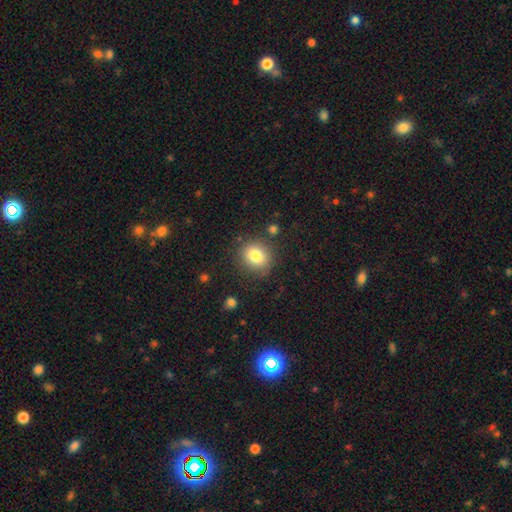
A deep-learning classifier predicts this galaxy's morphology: This appears to be a smooth galaxy with no disk features (81%) that is round (72%). Merging: none (83%).